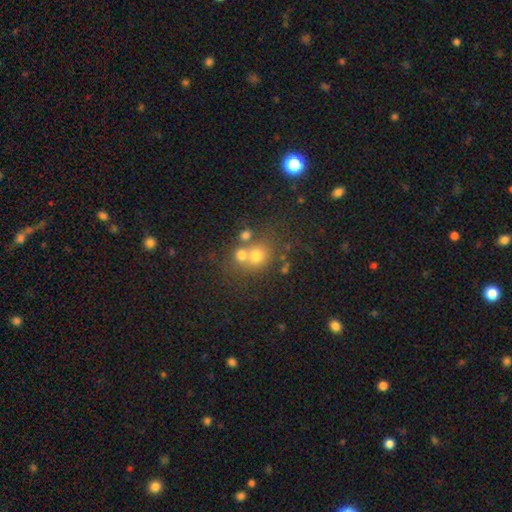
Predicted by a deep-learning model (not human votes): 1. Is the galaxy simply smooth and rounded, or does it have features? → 64% smooth, 19% star or artifact, 16% featured or disk.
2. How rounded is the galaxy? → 80% round, 19% in between, 1% cigar-shaped.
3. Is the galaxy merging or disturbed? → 45% none, 43% merger, 8% minor disturbance, 5% major disturbance.